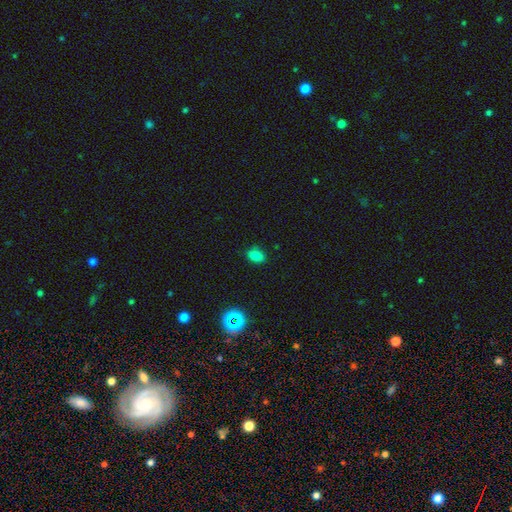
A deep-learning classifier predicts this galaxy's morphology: smooth-or-featured: smooth: 80% | star or artifact: 15% | featured or disk: 5%
  how-rounded: in between: 79% | round: 19% | cigar-shaped: 2%
  merging: none: 86% | minor disturbance: 11% | major disturbance: 2% | merger: 1%